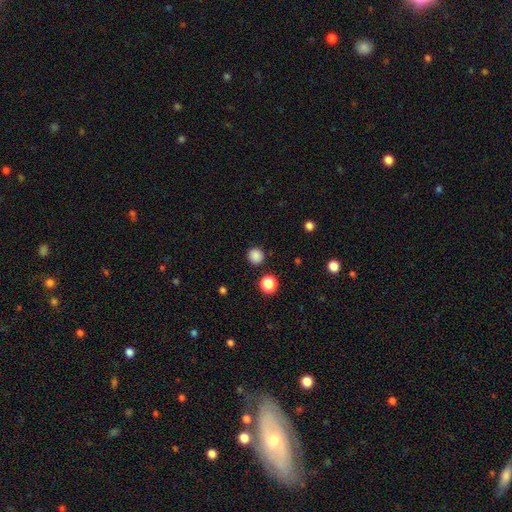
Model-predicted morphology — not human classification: type=smooth (85%); roundness=round (93%); merging=none (89%).